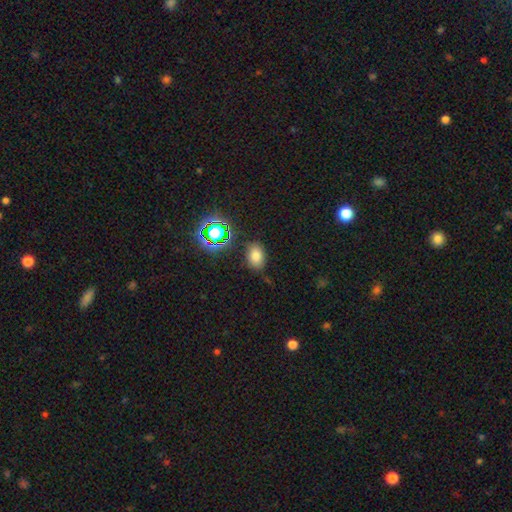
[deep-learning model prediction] Q: Smooth or featured?
A: smooth (73%); runner-up: star or artifact (19%)
Q: How rounded?
A: in between (80%); runner-up: round (19%)
Q: Merging?
A: none (80%); runner-up: minor disturbance (13%)